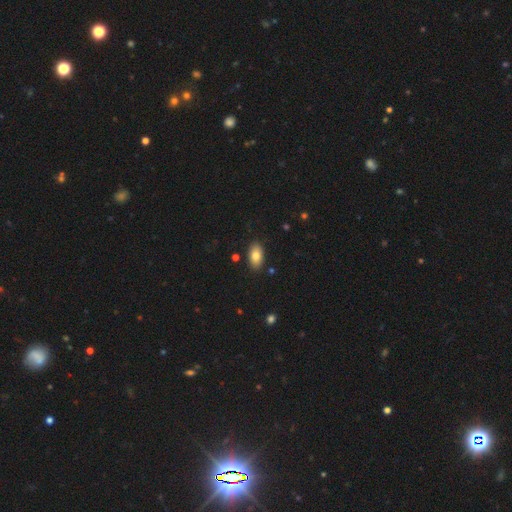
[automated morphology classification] Smooth or featured? Predicted: smooth (p=0.80). How rounded? Predicted: in between (p=0.93). Merging? Predicted: none (p=0.87).